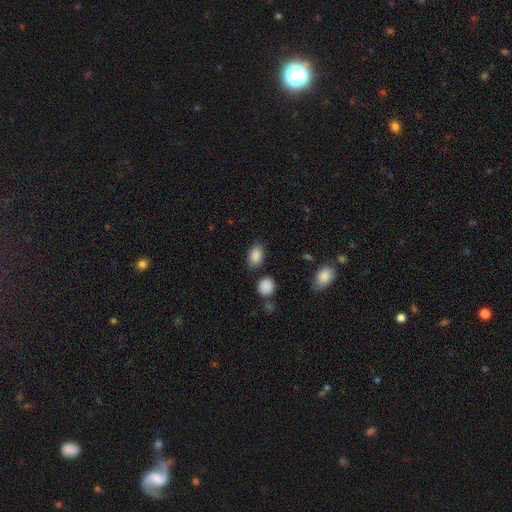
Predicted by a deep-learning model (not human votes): smooth-or-featured: smooth: 88% | star or artifact: 8% | featured or disk: 4%
  how-rounded: in between: 83% | round: 15% | cigar-shaped: 1%
  merging: none: 80% | minor disturbance: 12% | merger: 4% | major disturbance: 3%